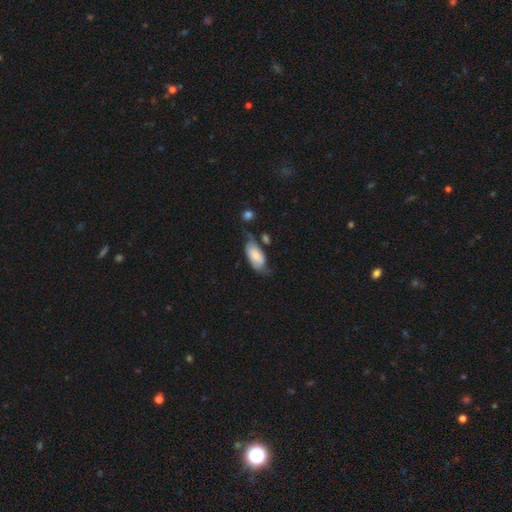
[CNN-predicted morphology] Q: Smooth or featured?
A: smooth (66%); runner-up: featured or disk (27%)
Q: How rounded?
A: in between (92%); runner-up: cigar-shaped (5%)
Q: Merging?
A: none (44%); runner-up: minor disturbance (33%)